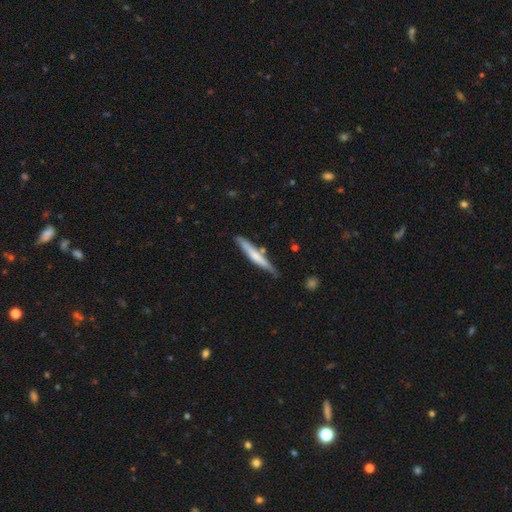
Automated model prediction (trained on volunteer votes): Q: Smooth or featured?
A: smooth (54%); runner-up: featured or disk (41%)
Q: How rounded?
A: cigar-shaped (94%); runner-up: in between (4%)
Q: Merging?
A: none (74%); runner-up: minor disturbance (18%)